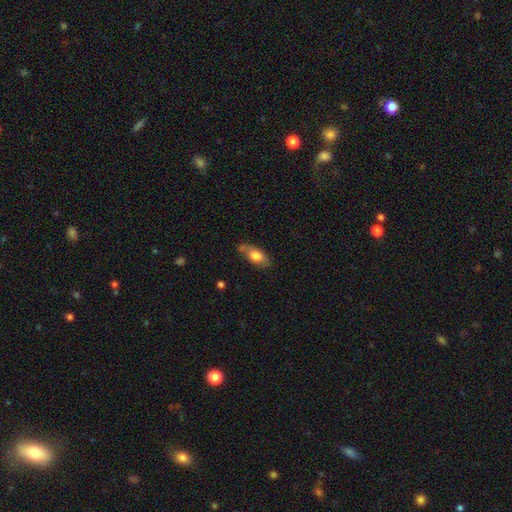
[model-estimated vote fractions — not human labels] smooth 76%, featured or disk 17%, star or artifact 7%. Down the decision tree: how rounded — in between (86%); merging — none (58%).